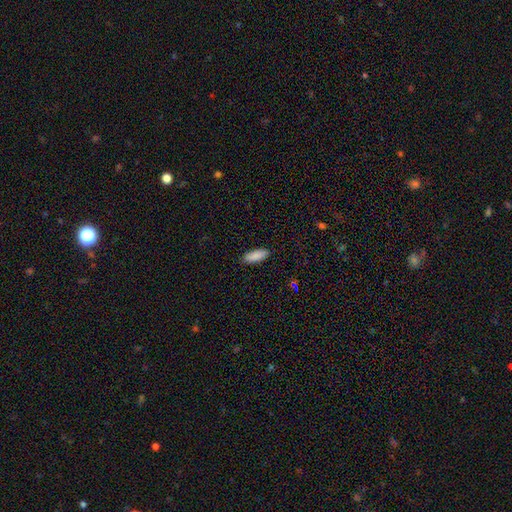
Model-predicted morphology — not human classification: smooth_or_featured: smooth (p=0.88) [alt: star or artifact p=0.06]
how_rounded: in between (p=0.75) [alt: cigar-shaped p=0.24]
merging: none (p=0.88) [alt: minor disturbance p=0.09]